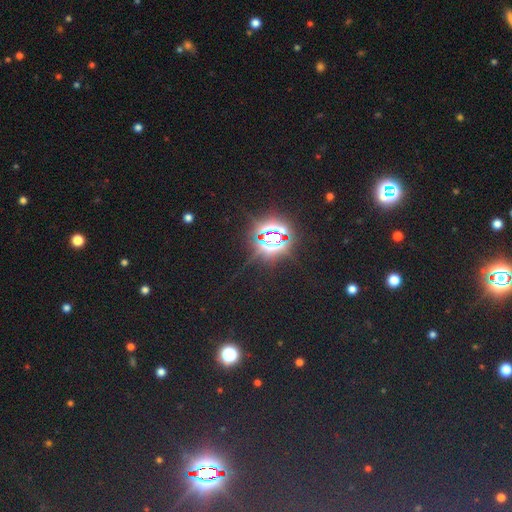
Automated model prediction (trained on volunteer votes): This appears to be a star or artifact, not a galaxy (78%).